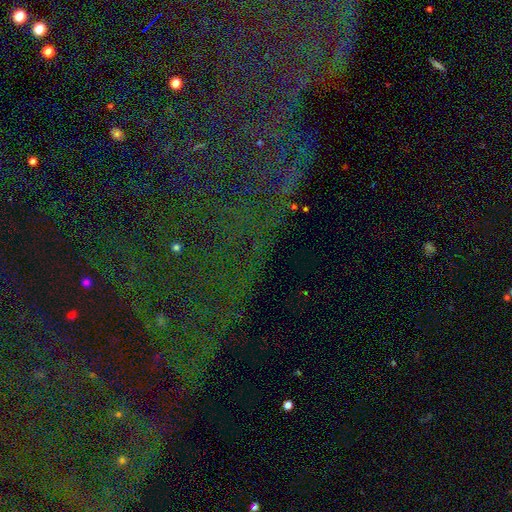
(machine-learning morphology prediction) Smooth or featured?
  - star or artifact: 81% *
  - featured or disk: 10%
  - smooth: 9%